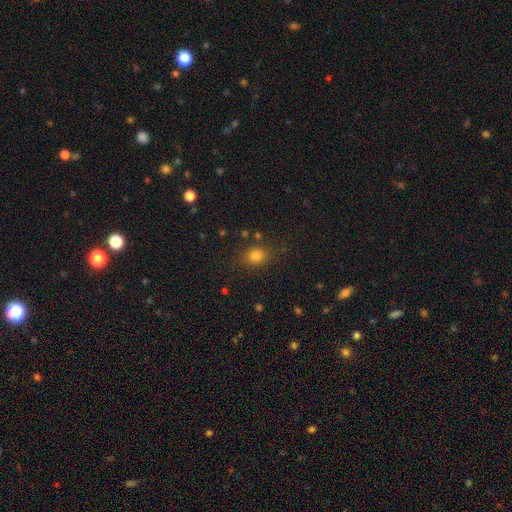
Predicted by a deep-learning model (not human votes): Smooth or featured: smooth — 79% (star or artifact — 14%)
How rounded: round — 60% (in between — 39%)
Merging: none — 82% (minor disturbance — 11%)